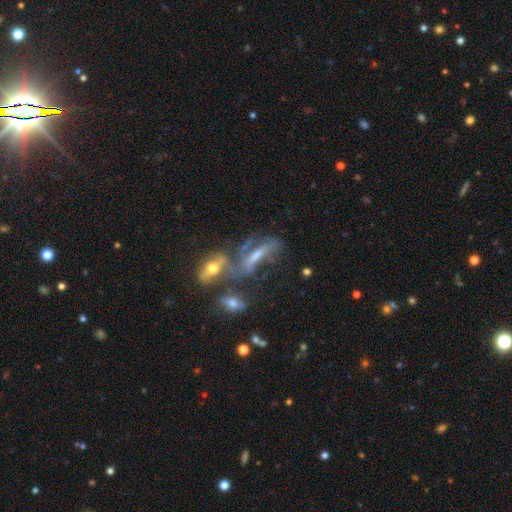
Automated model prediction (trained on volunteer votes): Morphology: type=featured or disk (61%); edge-on=no (63%); merging=merger (42%).